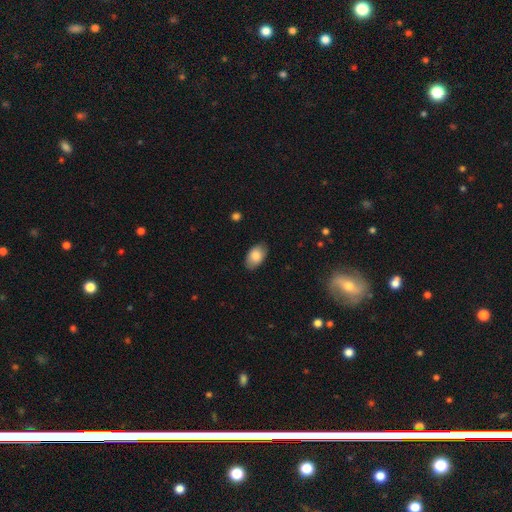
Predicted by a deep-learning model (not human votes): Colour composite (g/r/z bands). It shows a smooth galaxy with no disk features (84%) that is in between round and cigar-shaped (93%). Merging: none (84%).